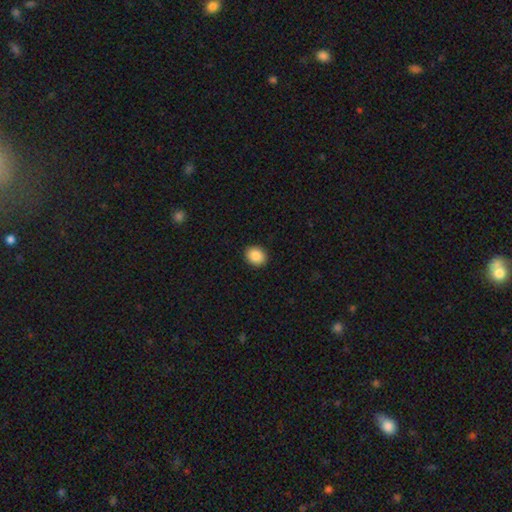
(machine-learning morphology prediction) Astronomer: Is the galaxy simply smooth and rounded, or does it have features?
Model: smooth — 88%.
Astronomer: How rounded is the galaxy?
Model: round — 61% (runner-up: in between, 38%).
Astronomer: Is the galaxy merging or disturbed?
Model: none — 92%.